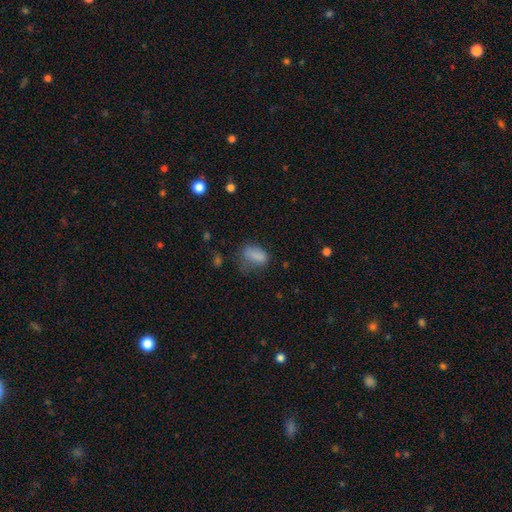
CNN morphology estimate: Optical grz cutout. It shows a smooth galaxy with no disk features (79%) that is in between round and cigar-shaped (85%). Merging: none (41%).